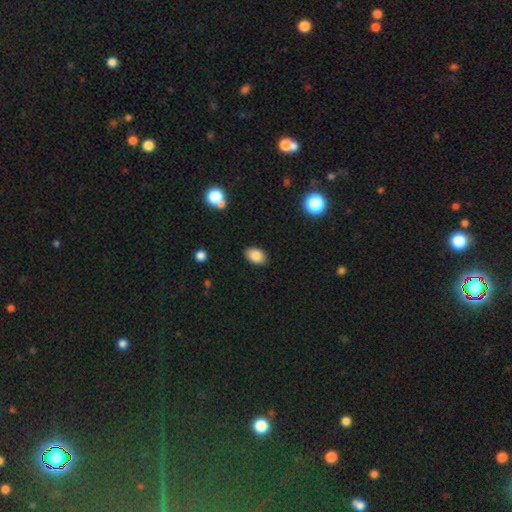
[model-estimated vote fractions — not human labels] A smooth galaxy with no disk features (87%) that is in between round and cigar-shaped (88%). Merging: none (87%).